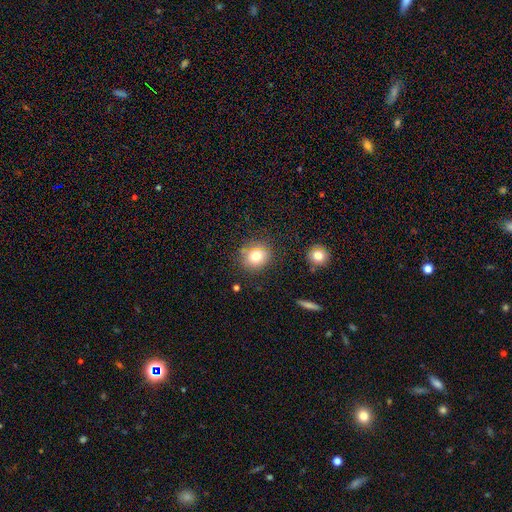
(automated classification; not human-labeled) Smooth or featured? Predicted: smooth (p=0.79). How rounded? Predicted: round (p=0.79). Merging? Predicted: none (p=0.80).